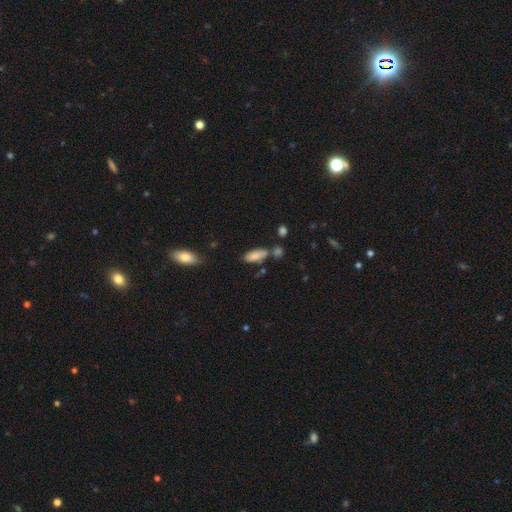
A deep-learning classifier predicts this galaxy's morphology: This appears to be a smooth galaxy with no disk features (82%) that is in between round and cigar-shaped (78%). Merging: none (62%).